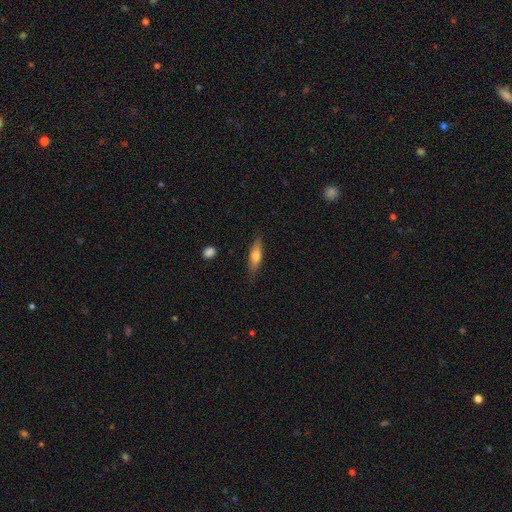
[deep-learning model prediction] Q: Smooth or featured?
A: smooth (58%); runner-up: featured or disk (35%)
Q: How rounded?
A: cigar-shaped (61%); runner-up: in between (37%)
Q: Merging?
A: none (84%); runner-up: minor disturbance (12%)